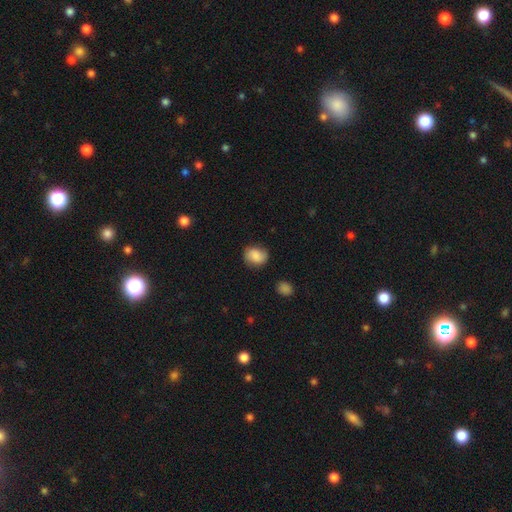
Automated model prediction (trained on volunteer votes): Smooth or featured?
  - smooth: 79% *
  - featured or disk: 13%
  - star or artifact: 8%
How rounded?
  - round: 54% *
  - in between: 45%
  - cigar-shaped: 1%
Merging?
  - none: 74% *
  - minor disturbance: 20%
  - major disturbance: 4%
  - merger: 2%